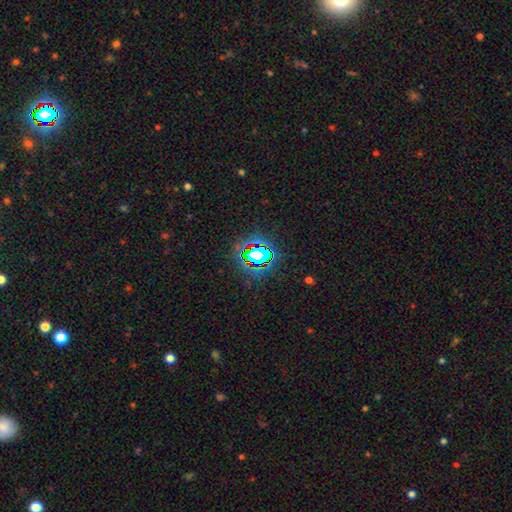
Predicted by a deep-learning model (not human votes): This appears to be a star or artifact, not a galaxy (70%).